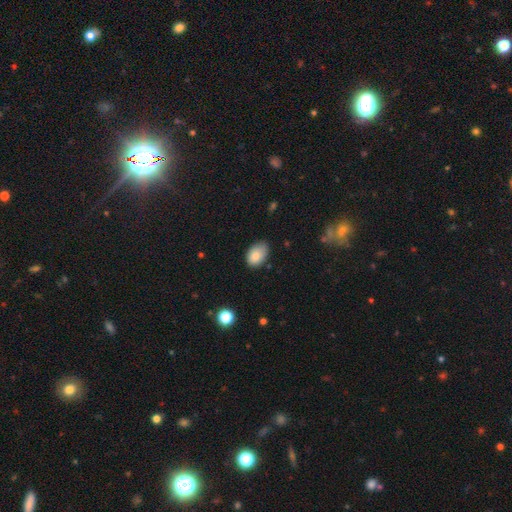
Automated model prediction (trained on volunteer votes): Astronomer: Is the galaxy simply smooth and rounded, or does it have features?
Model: smooth — 84%.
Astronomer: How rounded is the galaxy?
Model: in between — 88%.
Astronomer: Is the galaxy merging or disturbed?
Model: none — 64%.